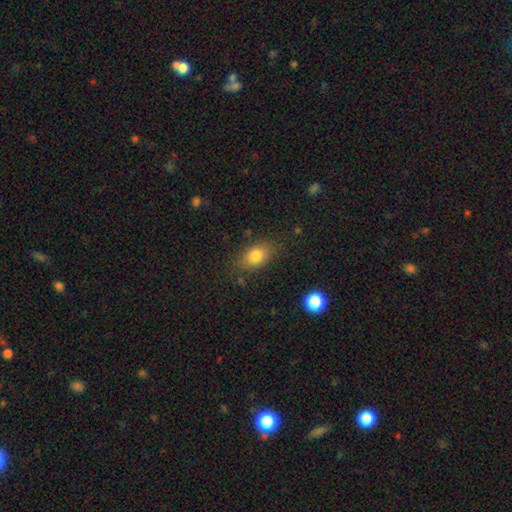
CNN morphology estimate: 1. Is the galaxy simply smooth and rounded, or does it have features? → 81% smooth, 10% featured or disk, 10% star or artifact.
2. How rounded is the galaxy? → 81% in between, 15% round, 4% cigar-shaped.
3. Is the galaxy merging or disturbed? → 78% none, 15% minor disturbance, 5% major disturbance, 2% merger.